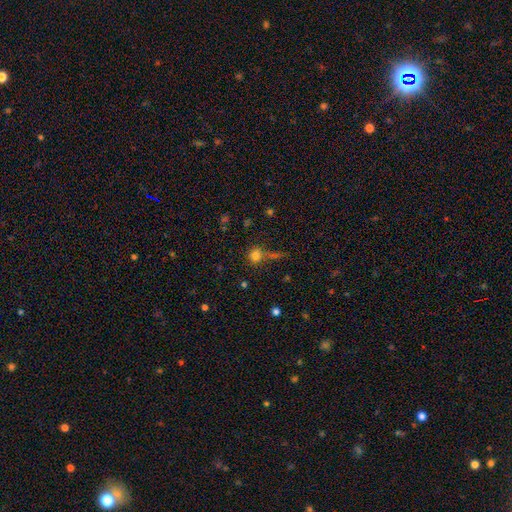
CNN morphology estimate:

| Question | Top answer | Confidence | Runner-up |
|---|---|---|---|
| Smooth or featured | smooth | 76% | star or artifact (16%) |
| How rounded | round | 86% | in between (13%) |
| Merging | none | 62% | merger (19%) |